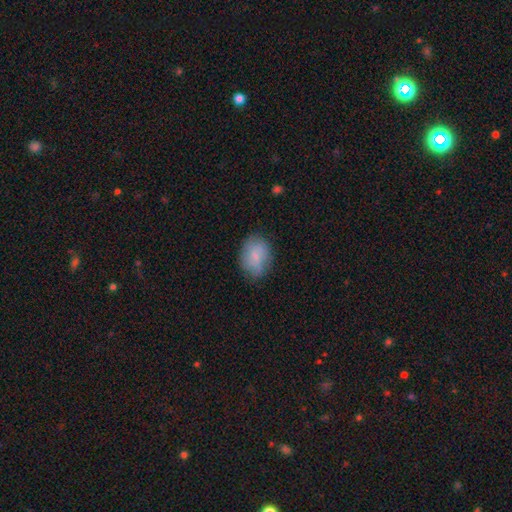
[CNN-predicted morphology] Smooth or featured? smooth (77%)
How rounded? in between (72%)
Merging? none (73%)